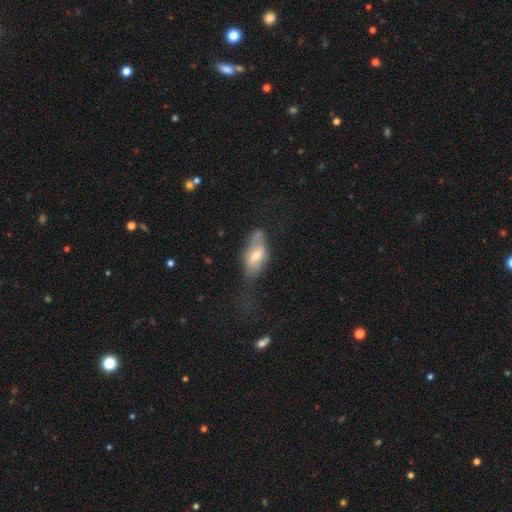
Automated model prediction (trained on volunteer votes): This appears to be a smooth galaxy with no disk features (52%) that is in between round and cigar-shaped (83%). Merging: none (35%).